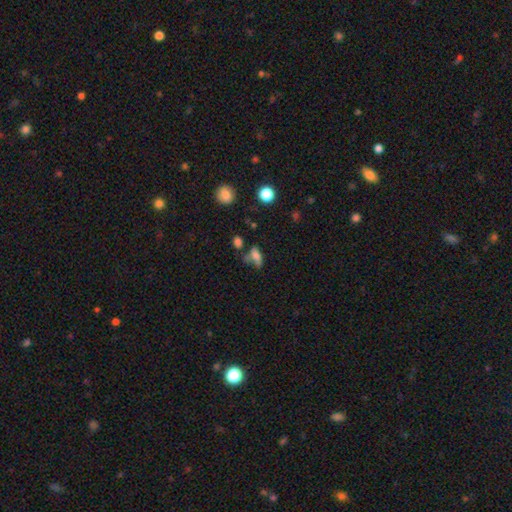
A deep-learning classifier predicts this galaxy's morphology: This is likely a smooth galaxy (65%). How rounded: likely in between (72%). Merging: marginally none (37%).